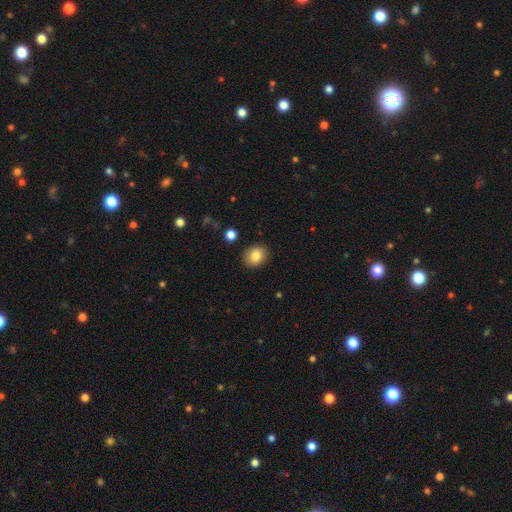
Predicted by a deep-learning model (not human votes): Q: Smooth or featured?
A: smooth (84%); runner-up: star or artifact (9%)
Q: How rounded?
A: round (59%); runner-up: in between (40%)
Q: Merging?
A: none (88%); runner-up: minor disturbance (8%)